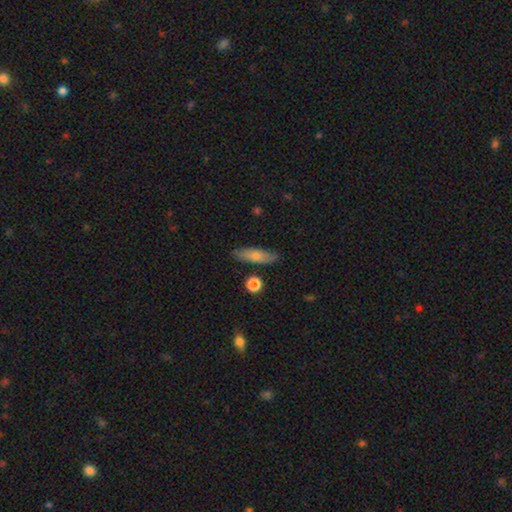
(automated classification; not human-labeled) Smooth or featured: smooth — 65% (featured or disk — 28%)
How rounded: cigar-shaped — 59% (in between — 37%)
Merging: none — 84% (minor disturbance — 11%)